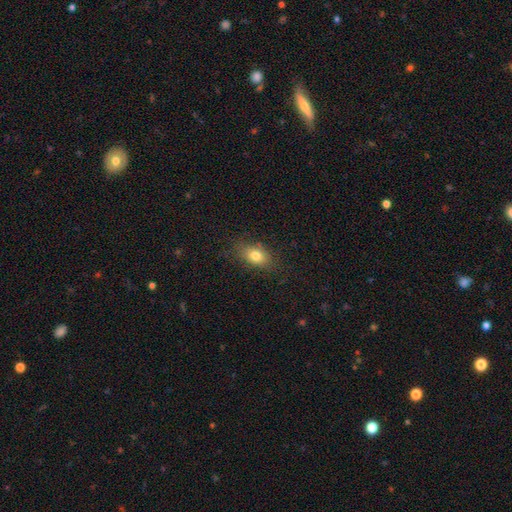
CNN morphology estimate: Smooth or featured?
  - smooth: 78% *
  - featured or disk: 12%
  - star or artifact: 10%
How rounded?
  - in between: 81% *
  - round: 16%
  - cigar-shaped: 4%
Merging?
  - none: 80% *
  - minor disturbance: 14%
  - major disturbance: 4%
  - merger: 1%